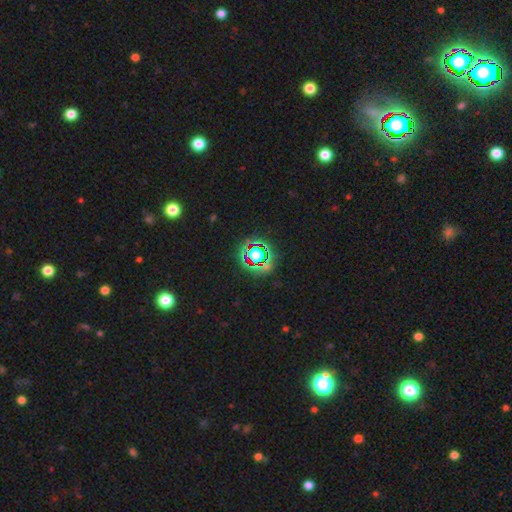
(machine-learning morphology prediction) Smooth or featured? Predicted: star or artifact (p=0.75).